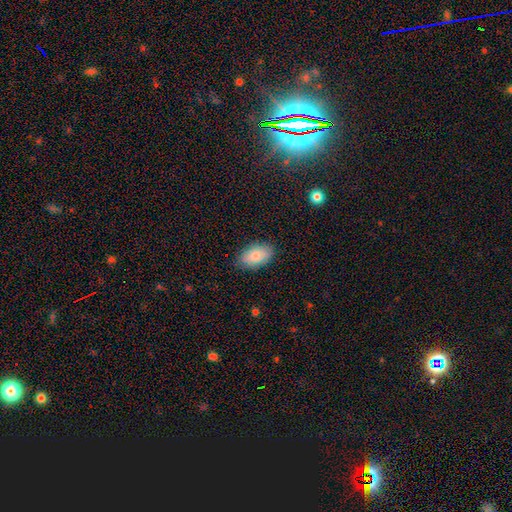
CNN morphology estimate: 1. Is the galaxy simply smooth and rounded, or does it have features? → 83% smooth, 10% featured or disk, 7% star or artifact.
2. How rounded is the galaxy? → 93% in between, 5% round, 2% cigar-shaped.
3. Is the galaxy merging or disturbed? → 84% none, 12% minor disturbance, 3% major disturbance, 1% merger.